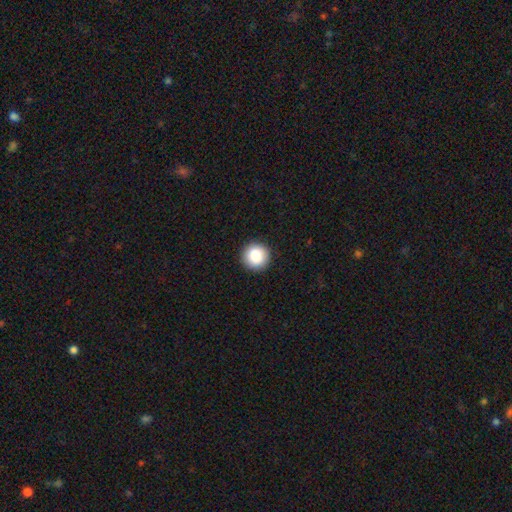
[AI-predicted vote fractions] A smooth galaxy with no disk features (87%) that is round (95%).

Vote fractions:
- Smooth or featured? smooth: 87% / star or artifact: 9% / featured or disk: 4%
- How rounded? round: 95% / in between: 4% / cigar-shaped: 1%
- Merging? none: 92% / minor disturbance: 5% / major disturbance: 2% / merger: 1%